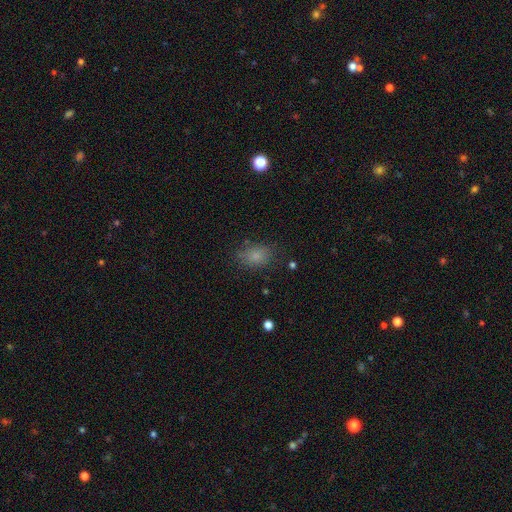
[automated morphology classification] smooth_or_featured: smooth (p=0.79) [alt: star or artifact p=0.14]
how_rounded: in between (p=0.70) [alt: round p=0.28]
merging: none (p=0.76) [alt: minor disturbance p=0.16]